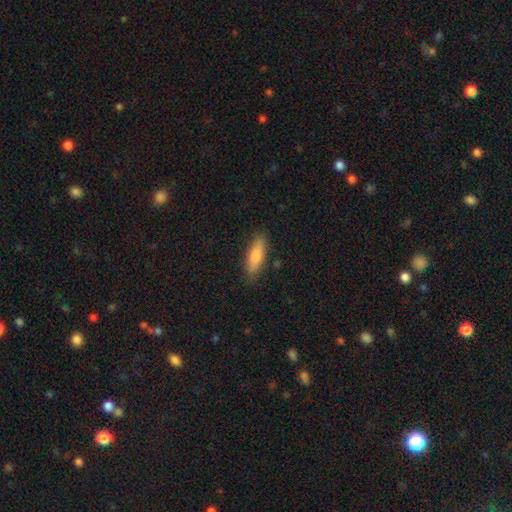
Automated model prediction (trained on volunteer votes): smooth-or-featured: smooth: 75% | featured or disk: 18% | star or artifact: 7%
  how-rounded: cigar-shaped: 56% | in between: 42% | round: 2%
  merging: none: 86% | minor disturbance: 11% | major disturbance: 2% | merger: 1%